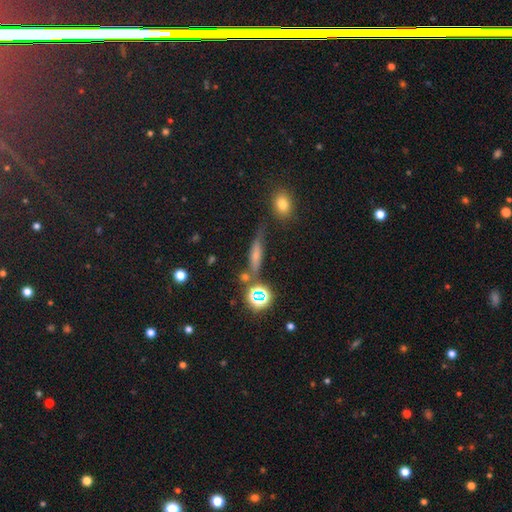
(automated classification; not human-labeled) A smooth galaxy with no disk features (53%) that is cigar-shaped (70%).

Vote fractions:
- Smooth or featured? smooth: 53% / featured or disk: 27% / star or artifact: 20%
- How rounded? cigar-shaped: 70% / in between: 21% / round: 9%
- Merging? none: 66% / minor disturbance: 18% / merger: 9% / major disturbance: 7%